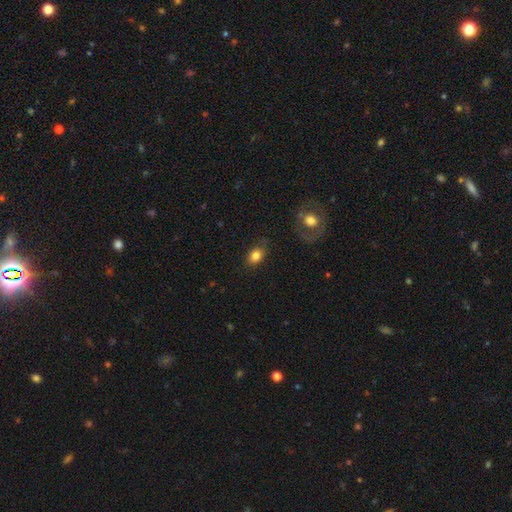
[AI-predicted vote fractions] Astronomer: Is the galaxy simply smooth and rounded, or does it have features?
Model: smooth — 81%.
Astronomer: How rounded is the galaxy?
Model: in between — 69%.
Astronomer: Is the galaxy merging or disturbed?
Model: none — 82%.